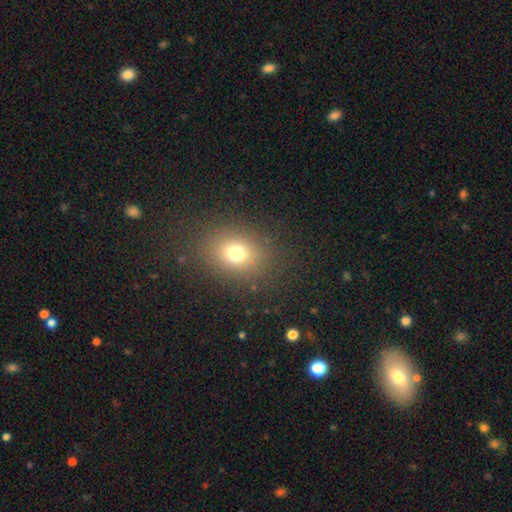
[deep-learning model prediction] This appears to be a smooth galaxy with no disk features (67%) that is in between round and cigar-shaped (53%). Merging: none (88%).